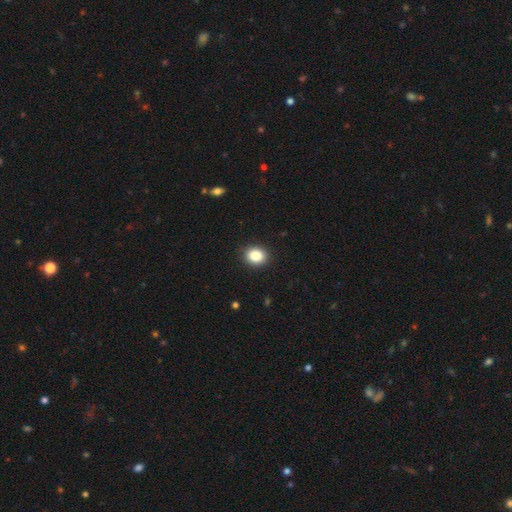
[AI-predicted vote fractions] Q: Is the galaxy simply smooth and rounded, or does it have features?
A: smooth — 86%.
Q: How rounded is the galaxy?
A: round — 59%.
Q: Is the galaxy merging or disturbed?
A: none — 91%.